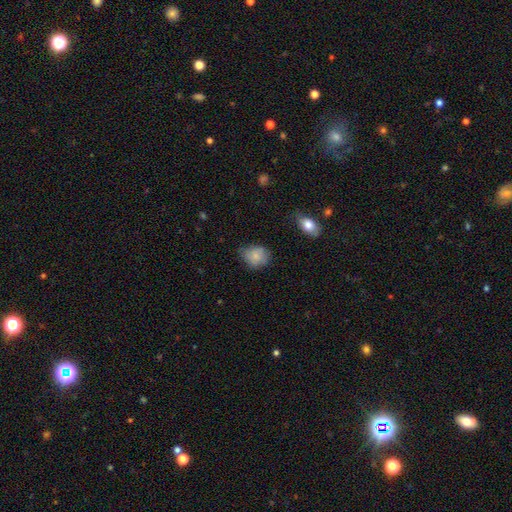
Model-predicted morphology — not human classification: Smooth or featured: smooth — 81% (featured or disk — 10%)
How rounded: in between — 50% (round — 49%)
Merging: none — 60% (minor disturbance — 32%)